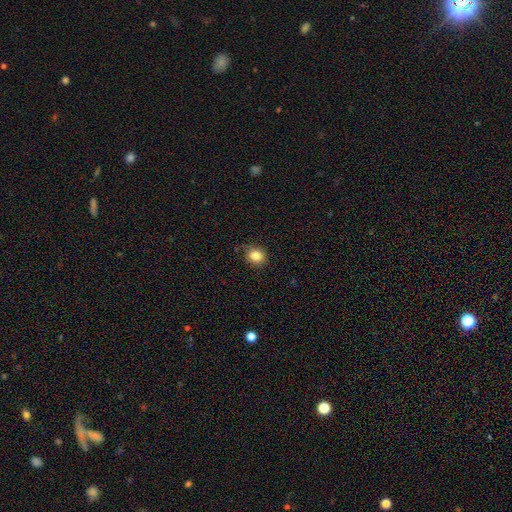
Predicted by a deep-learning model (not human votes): The model was most divided on "how rounded": round: 71%, in between: 28%, cigar-shaped: 1%. More confident: smooth or featured — smooth (84%); merging — none (80%).